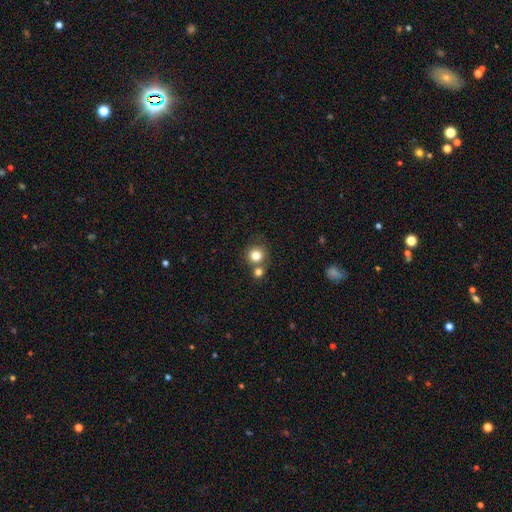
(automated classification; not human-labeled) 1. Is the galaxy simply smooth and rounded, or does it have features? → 81% smooth, 12% star or artifact, 8% featured or disk.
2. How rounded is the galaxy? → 91% round, 8% in between, 1% cigar-shaped.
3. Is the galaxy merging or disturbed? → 64% none, 26% merger, 8% minor disturbance, 3% major disturbance.